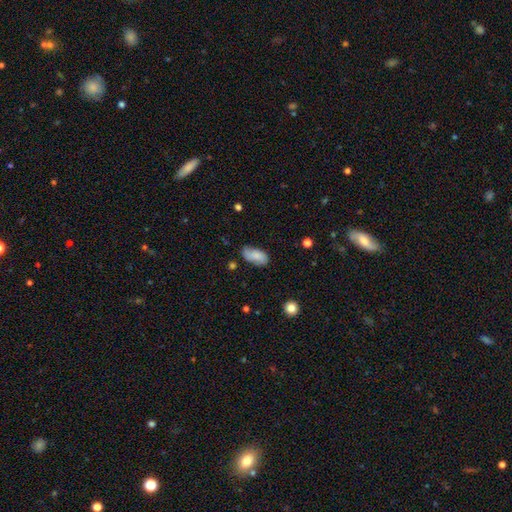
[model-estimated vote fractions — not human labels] smooth-or-featured: smooth: 76% | featured or disk: 16% | star or artifact: 7%
  how-rounded: in between: 93% | cigar-shaped: 4% | round: 3%
  merging: none: 65% | minor disturbance: 27% | major disturbance: 6% | merger: 2%